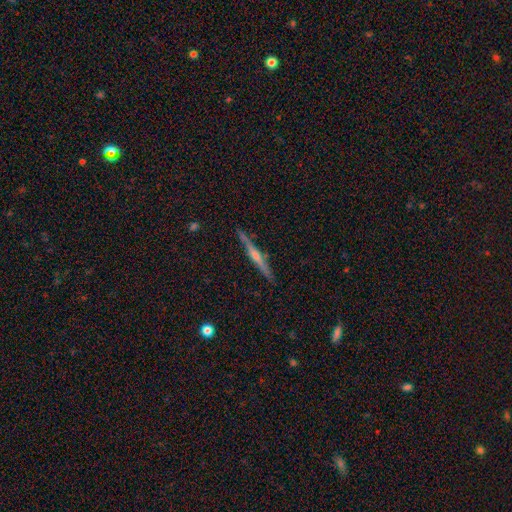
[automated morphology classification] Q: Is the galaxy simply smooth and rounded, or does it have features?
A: featured or disk — 80%.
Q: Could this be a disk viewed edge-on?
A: yes — 98%.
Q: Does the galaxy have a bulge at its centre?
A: rounded — 83%.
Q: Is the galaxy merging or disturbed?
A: none — 90%.